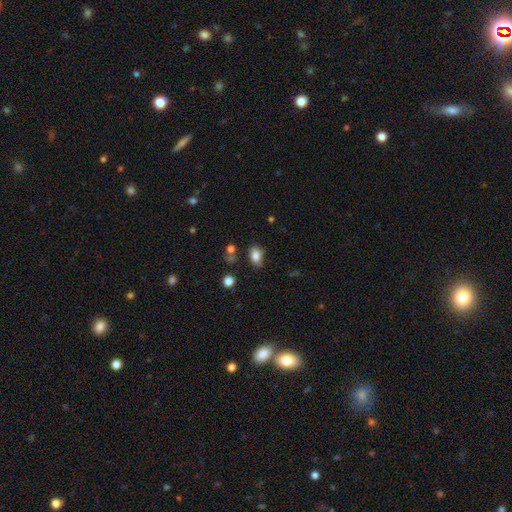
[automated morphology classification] smooth-or-featured: smooth: 82% | star or artifact: 10% | featured or disk: 8%
  how-rounded: in between: 77% | round: 21% | cigar-shaped: 2%
  merging: none: 63% | minor disturbance: 25% | major disturbance: 6% | merger: 5%